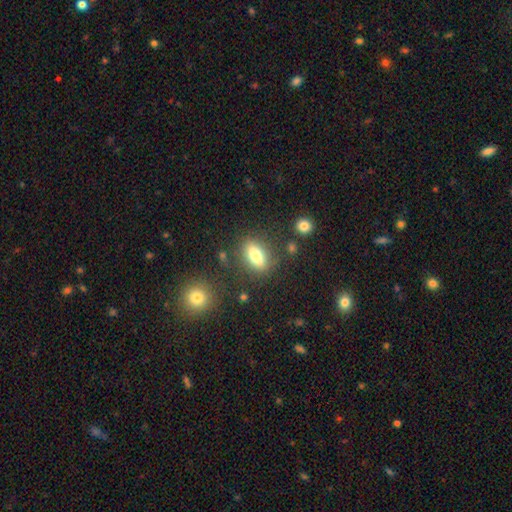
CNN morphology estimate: This is likely a smooth galaxy (75%). How rounded: likely in between (78%). Merging: likely none (78%).